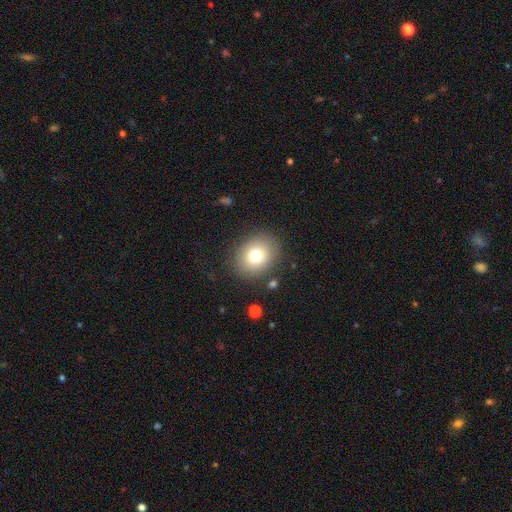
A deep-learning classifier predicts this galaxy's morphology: type=smooth (77%); roundness=round (58%); merging=none (87%).